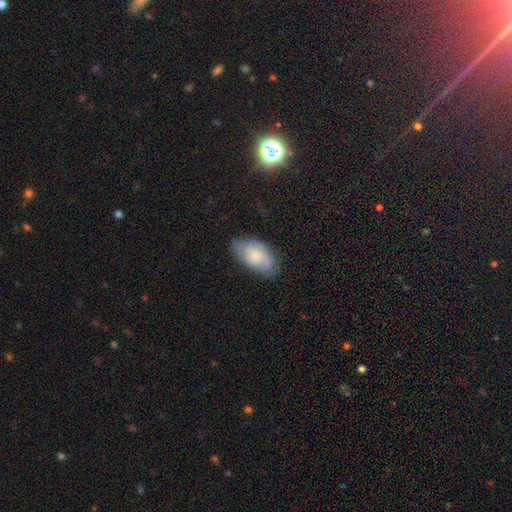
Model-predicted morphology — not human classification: Overall: featured or disk (65%; smooth 28%). Edge-on disk: no (96%). Bar: no (67%; weak 29%). Spiral arms: yes (92%). Spiral arm count: 2 (38%; can't tell 28%). Spiral winding: tight (45%; medium 42%). Bulge size: small (53%; moderate 35%). Merging: none (71%).